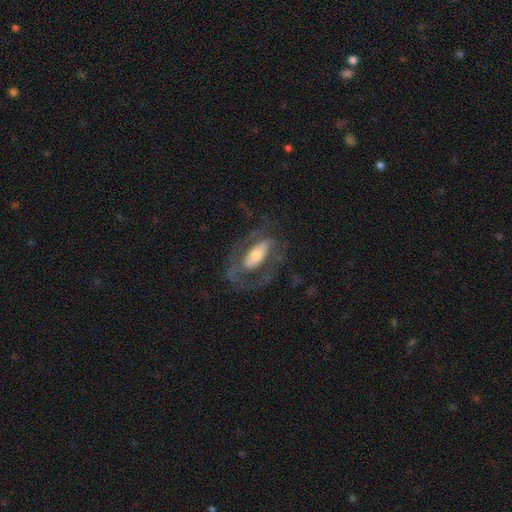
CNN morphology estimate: Smooth or featured? Predicted: featured or disk (p=0.70). Edge-on disk? Predicted: no (p=0.91). Bar? Predicted: no (p=0.40). Spiral arms? Predicted: yes (p=0.69). Bulge size? Predicted: moderate (p=0.48). Merging? Predicted: none (p=0.53).